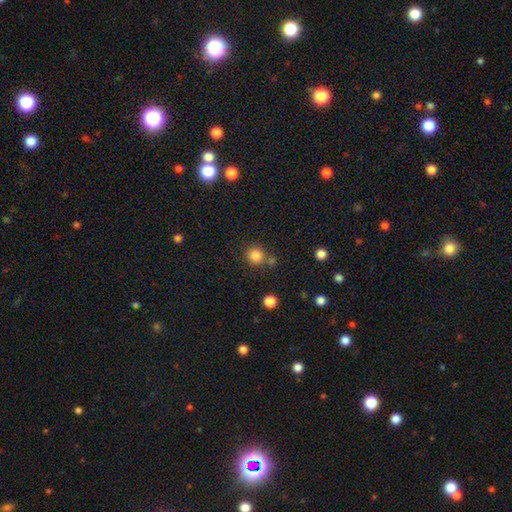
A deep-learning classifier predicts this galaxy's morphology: A smooth galaxy with no disk features (83%) that is round (91%).

Vote fractions:
- Smooth or featured? smooth: 83% / star or artifact: 12% / featured or disk: 5%
- How rounded? round: 91% / in between: 8% / cigar-shaped: 1%
- Merging? none: 73% / merger: 14% / minor disturbance: 10% / major disturbance: 4%